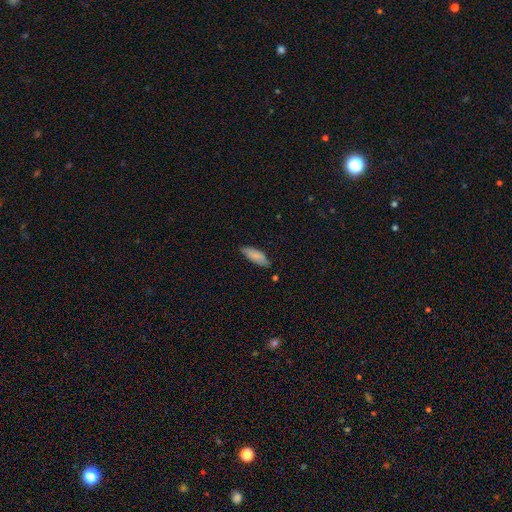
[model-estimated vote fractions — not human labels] smooth 79%, featured or disk 14%, star or artifact 6%. Down the decision tree: how rounded — in between (69%); merging — none (74%).